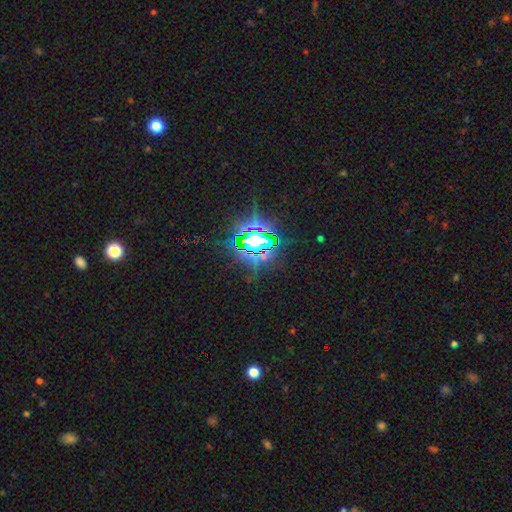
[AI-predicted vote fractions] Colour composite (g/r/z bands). It shows a star or artifact, not a galaxy (83%).